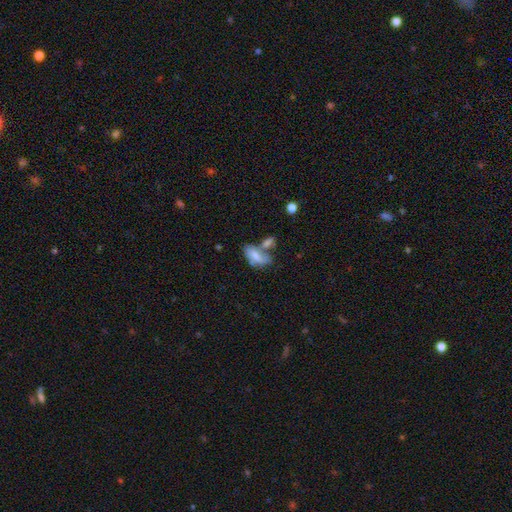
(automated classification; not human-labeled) smooth-or-featured: smooth: 69% | featured or disk: 23% | star or artifact: 8%
  how-rounded: in between: 90% | cigar-shaped: 5% | round: 5%
  merging: merger: 44% | none: 29% | minor disturbance: 17% | major disturbance: 10%